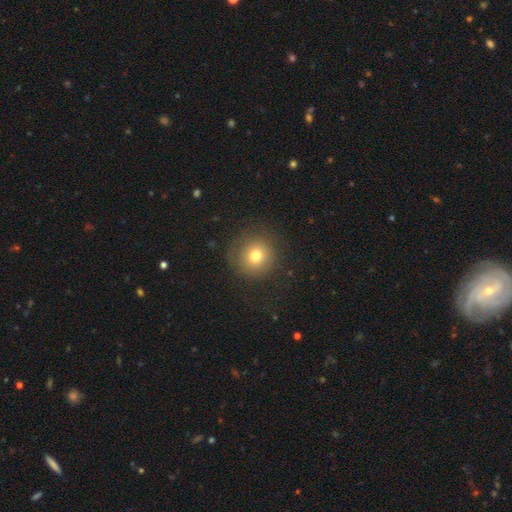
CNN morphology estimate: smooth 75%, star or artifact 13%, featured or disk 12%. Down the decision tree: how rounded — round (93%); merging — none (83%).